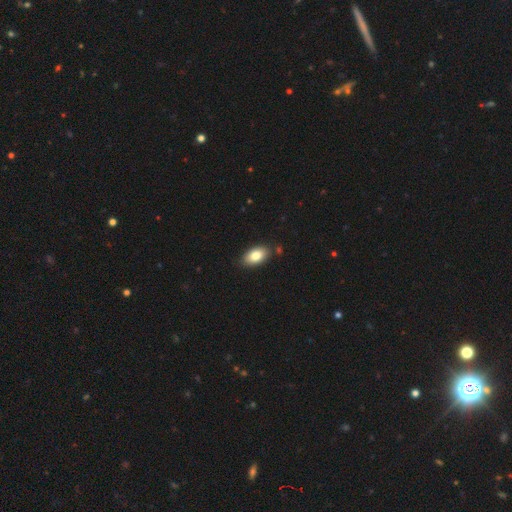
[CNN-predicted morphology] smooth 83%, featured or disk 10%, star or artifact 7%. Down the decision tree: how rounded — in between (93%); merging — none (84%).